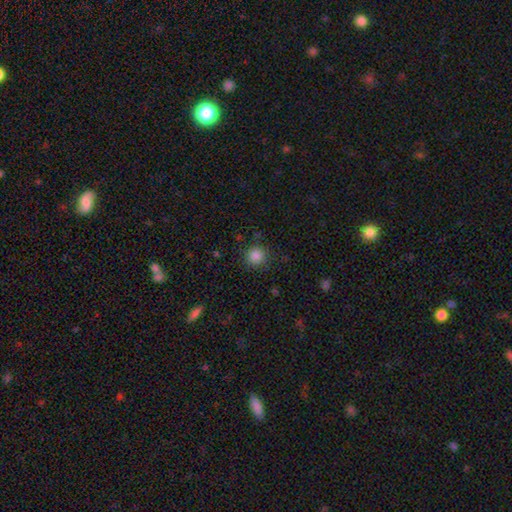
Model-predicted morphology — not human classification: This is clearly a smooth galaxy (85%). How rounded: clearly round (93%). Merging: clearly none (87%).